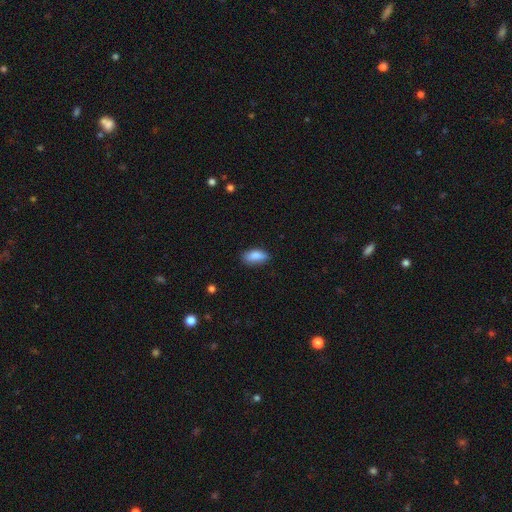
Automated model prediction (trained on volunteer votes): Q: Smooth or featured?
A: smooth (87%); runner-up: star or artifact (7%)
Q: How rounded?
A: in between (88%); runner-up: cigar-shaped (9%)
Q: Merging?
A: none (79%); runner-up: minor disturbance (17%)